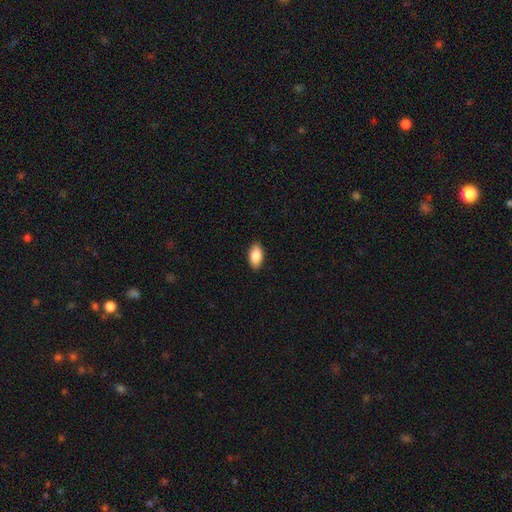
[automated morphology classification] The model was most divided on "smooth or featured": smooth: 88%, star or artifact: 6%, featured or disk: 6%. More confident: how rounded — in between (93%); merging — none (90%).